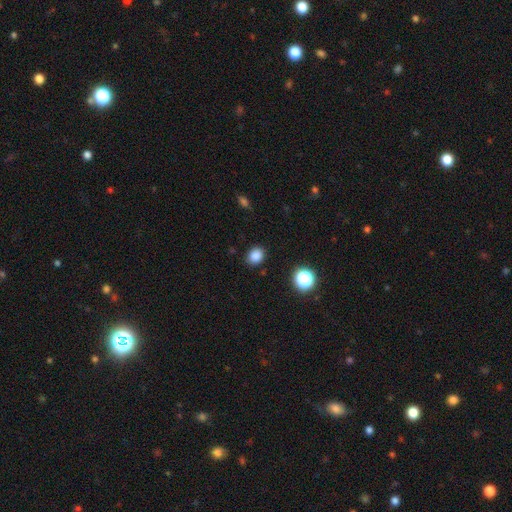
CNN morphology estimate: A smooth galaxy with no disk features (84%) that is round (57%). Merging: none (87%).